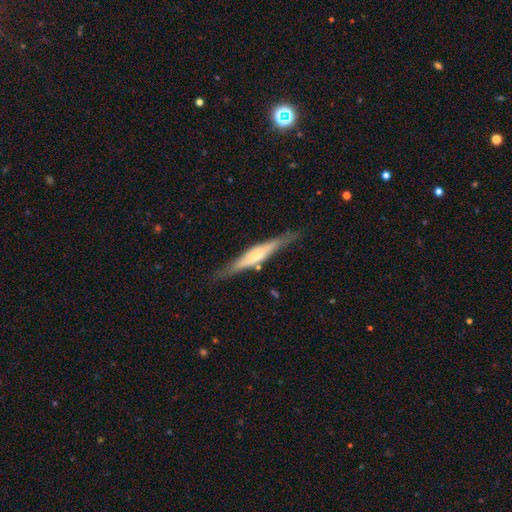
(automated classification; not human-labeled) smooth_or_featured: featured or disk (p=0.65) [alt: smooth p=0.29]
disk_edge_on: yes (p=0.93) [alt: no p=0.07]
edge_on_bulge: rounded (p=0.68) [alt: boxy p=0.17]
merging: none (p=0.81) [alt: minor disturbance p=0.13]